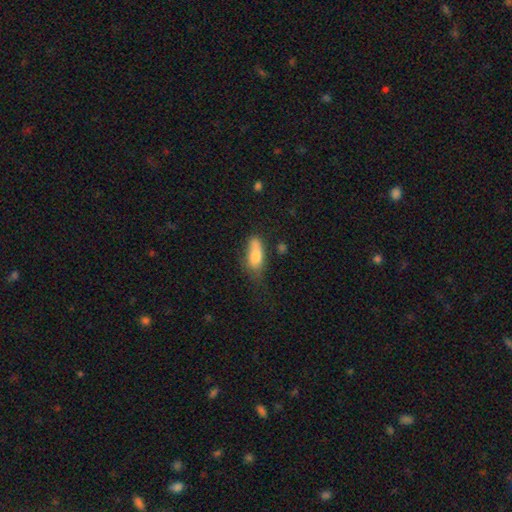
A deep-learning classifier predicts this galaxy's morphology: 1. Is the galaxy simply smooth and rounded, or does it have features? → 76% smooth, 16% featured or disk, 8% star or artifact.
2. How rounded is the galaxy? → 77% in between, 20% cigar-shaped, 3% round.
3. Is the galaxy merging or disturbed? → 42% none, 34% minor disturbance, 17% major disturbance, 7% merger.